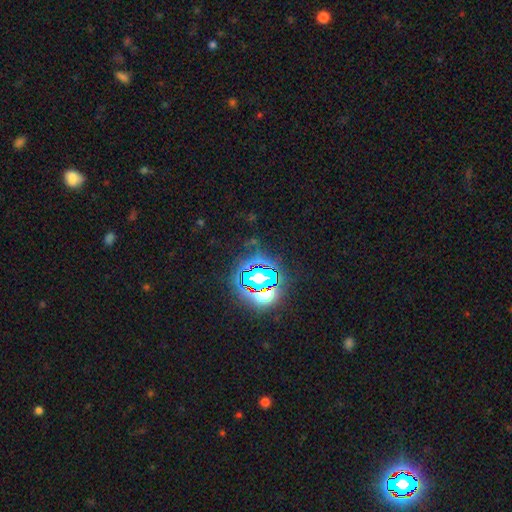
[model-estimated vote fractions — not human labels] A star or artifact, not a galaxy (80%).